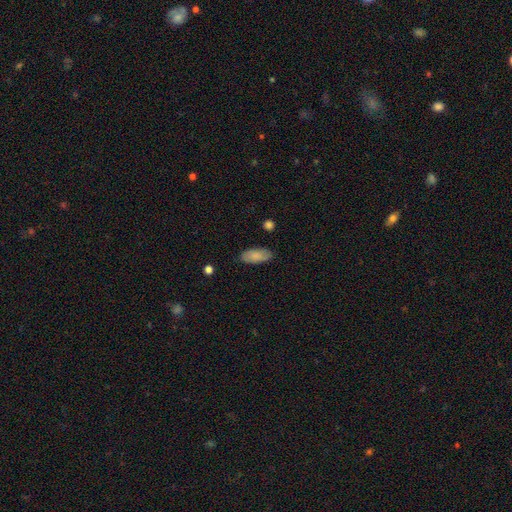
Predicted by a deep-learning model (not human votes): Morphology: type=smooth (85%); roundness=in between (87%); merging=none (84%).